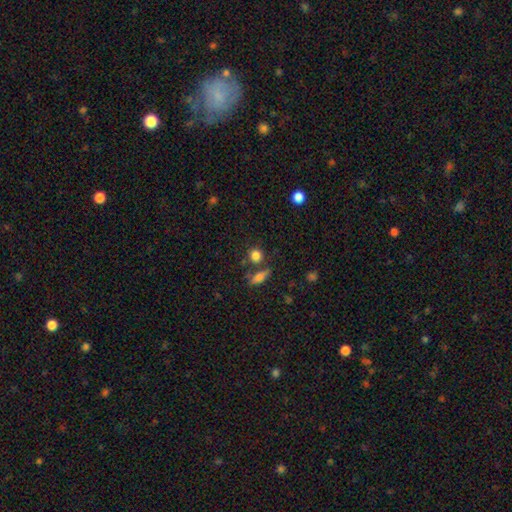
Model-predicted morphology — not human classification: smooth_or_featured: smooth (p=0.82) [alt: star or artifact p=0.11]
how_rounded: round (p=0.83) [alt: in between p=0.15]
merging: none (p=0.69) [alt: merger p=0.16]